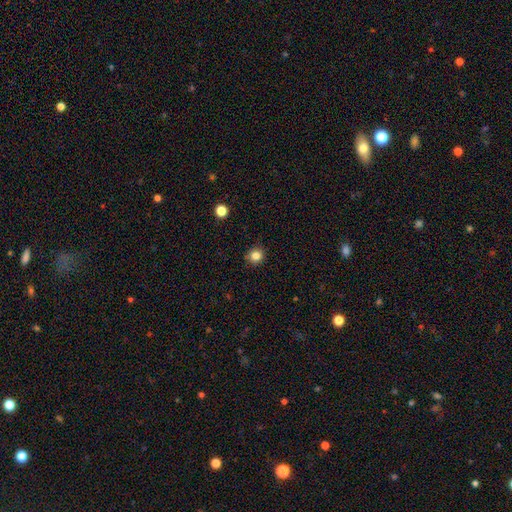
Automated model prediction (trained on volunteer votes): This is clearly a smooth galaxy (83%). How rounded: clearly round (87%). Merging: clearly none (88%).